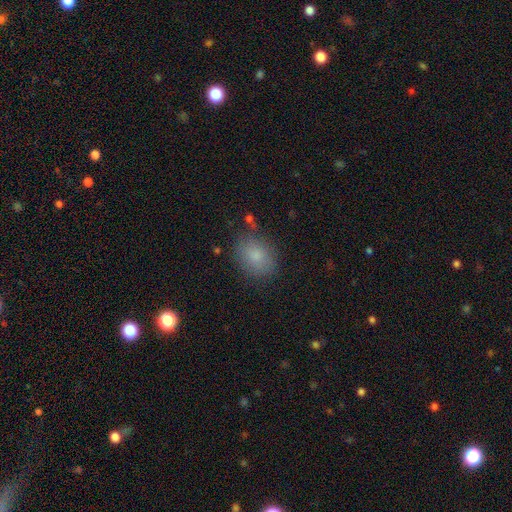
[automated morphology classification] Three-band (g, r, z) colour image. It shows a smooth galaxy with no disk features (81%) that is in between round and cigar-shaped (59%). Merging: none (78%).